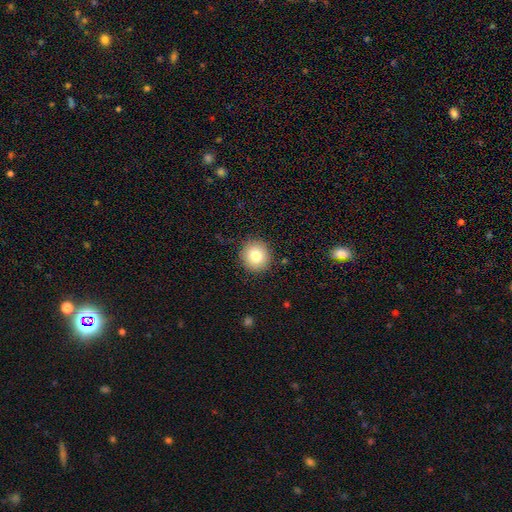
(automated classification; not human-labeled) A smooth galaxy with no disk features (80%) that is round (93%). Merging: none (90%).